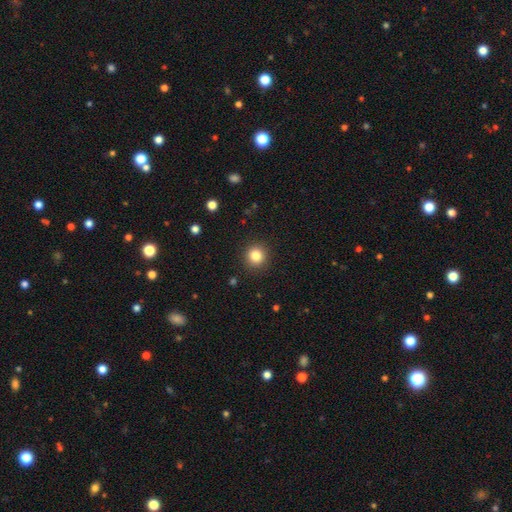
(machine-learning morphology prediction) smooth 84%, star or artifact 11%, featured or disk 5%. Down the decision tree: how rounded — round (92%); merging — none (91%).